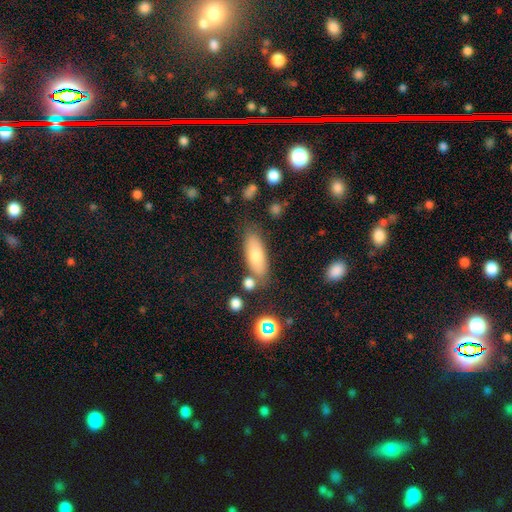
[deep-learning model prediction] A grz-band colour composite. It shows a smooth galaxy with no disk features (67%) that is in between round and cigar-shaped (69%). Merging: none (76%).